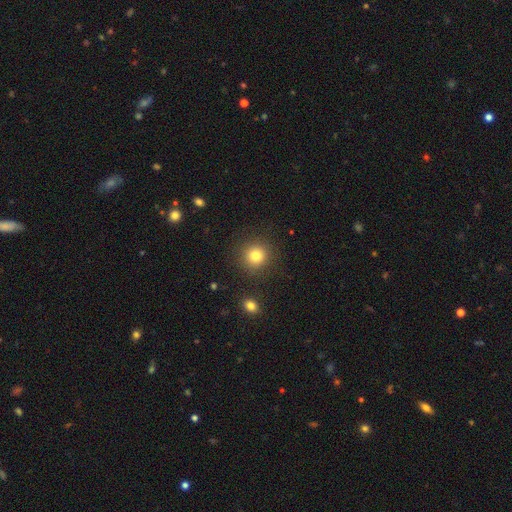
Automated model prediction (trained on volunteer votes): This appears to be a smooth galaxy with no disk features (80%) that is round (92%). Merging: none (88%).